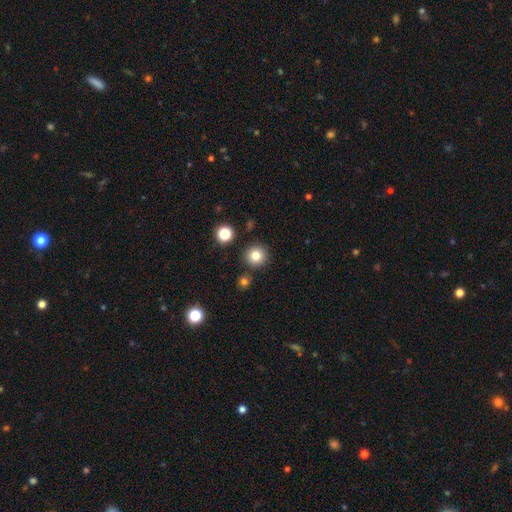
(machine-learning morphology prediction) smooth_or_featured: smooth (p=0.81) [alt: star or artifact p=0.12]
how_rounded: round (p=0.94) [alt: in between p=0.05]
merging: none (p=0.88) [alt: minor disturbance p=0.06]